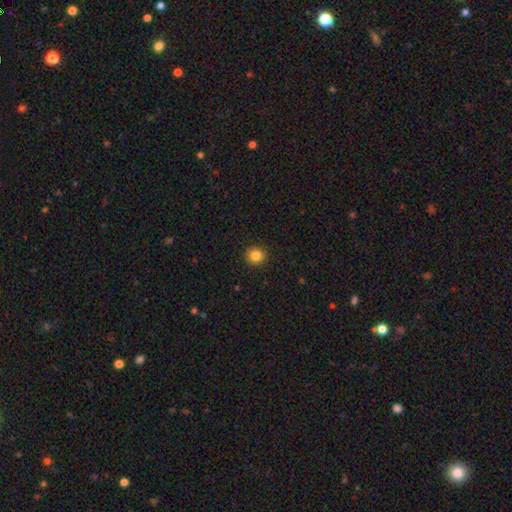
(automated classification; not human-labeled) Smooth or featured: smooth — 84% (star or artifact — 11%)
How rounded: round — 93% (in between — 6%)
Merging: none — 92% (minor disturbance — 5%)